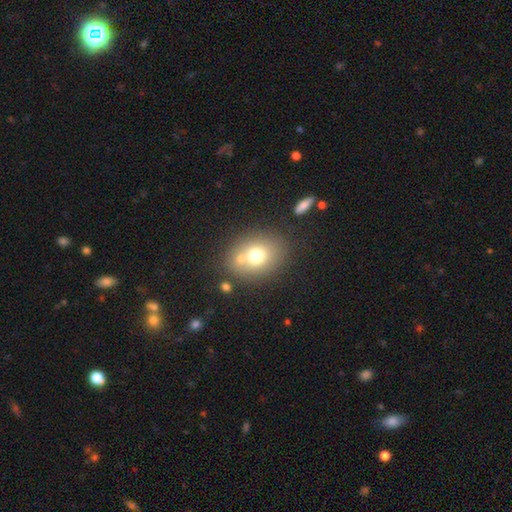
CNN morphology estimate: smooth 70%, featured or disk 18%, star or artifact 12%. Down the decision tree: how rounded — round (52%); merging — none (61%).